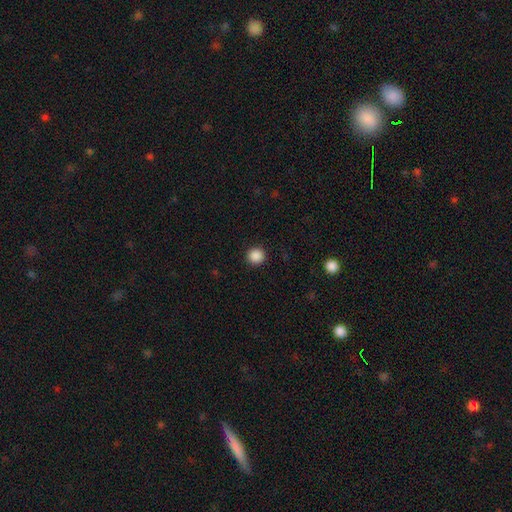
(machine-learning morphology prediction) type=smooth (88%); roundness=round (94%); merging=none (93%).